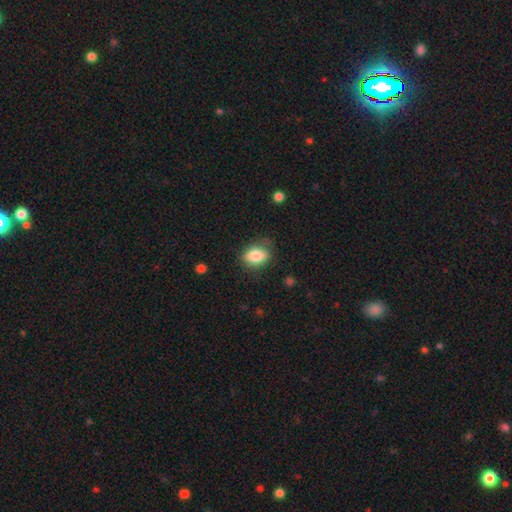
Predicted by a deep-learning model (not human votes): Morphology: type=smooth (84%); roundness=in between (80%); merging=none (72%).